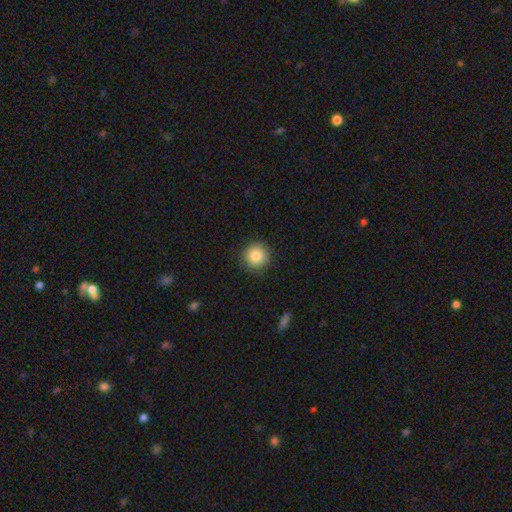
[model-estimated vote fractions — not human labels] smooth 83%, star or artifact 9%, featured or disk 7%. Down the decision tree: how rounded — round (95%); merging — none (88%).